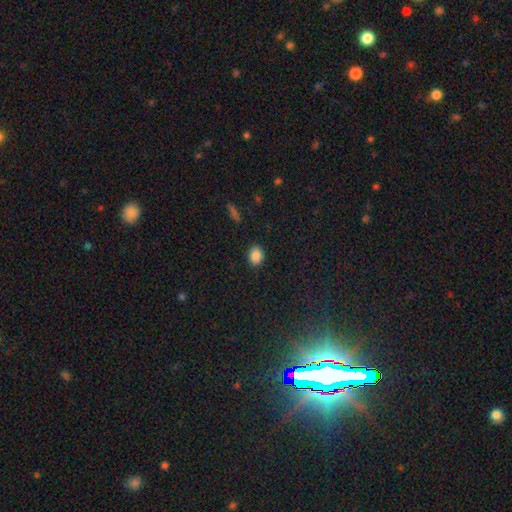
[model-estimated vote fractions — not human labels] Smooth or featured? Predicted: smooth (p=0.86). How rounded? Predicted: in between (p=0.63). Merging? Predicted: none (p=0.88).